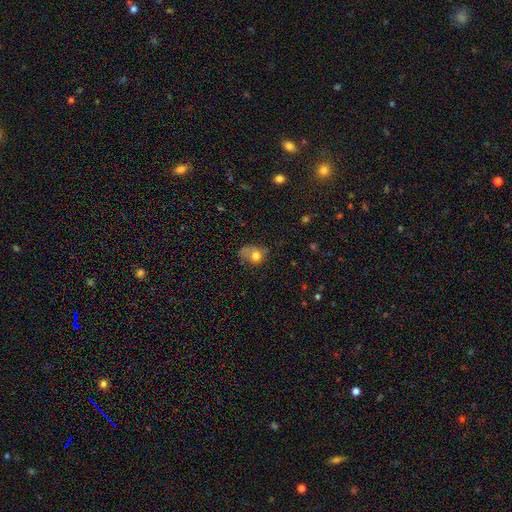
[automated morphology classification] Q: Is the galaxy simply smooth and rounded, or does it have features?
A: smooth — 68%.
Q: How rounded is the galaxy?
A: round — 52%.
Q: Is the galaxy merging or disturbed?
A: major disturbance — 34%.